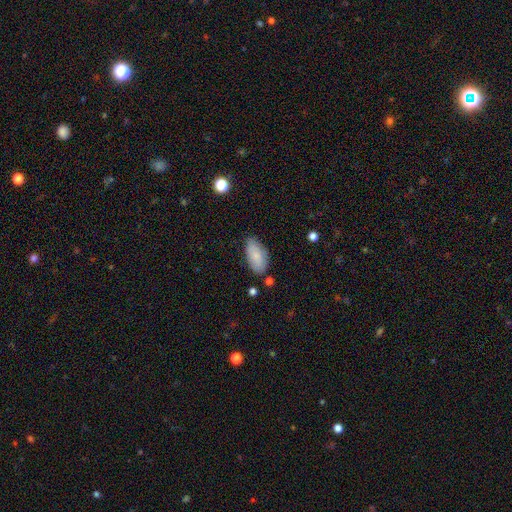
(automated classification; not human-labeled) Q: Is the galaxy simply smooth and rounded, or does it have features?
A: smooth — 83%.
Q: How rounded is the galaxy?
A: in between — 94%.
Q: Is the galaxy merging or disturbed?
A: none — 73%.